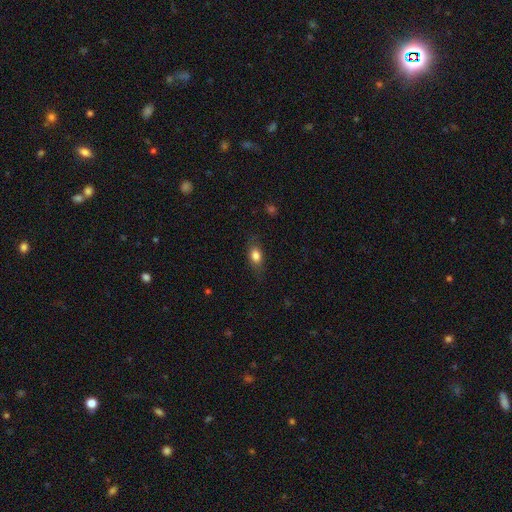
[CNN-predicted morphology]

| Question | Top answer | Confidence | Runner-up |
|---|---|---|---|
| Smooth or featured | smooth | 79% | featured or disk (12%) |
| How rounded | in between | 77% | round (14%) |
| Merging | none | 78% | minor disturbance (16%) |